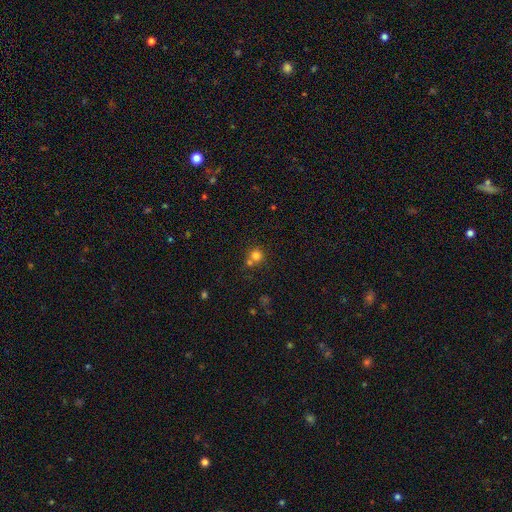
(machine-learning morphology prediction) This appears to be a smooth galaxy with no disk features (76%) that is round (90%). Merging: none (55%).